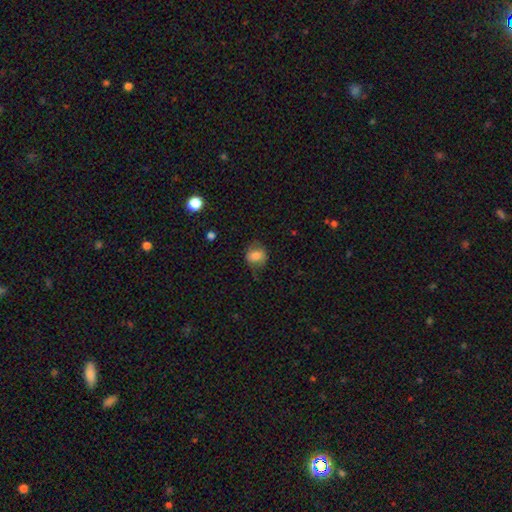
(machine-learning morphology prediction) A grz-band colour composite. It shows a smooth galaxy with no disk features (73%) that is round (57%). Merging: none (63%).